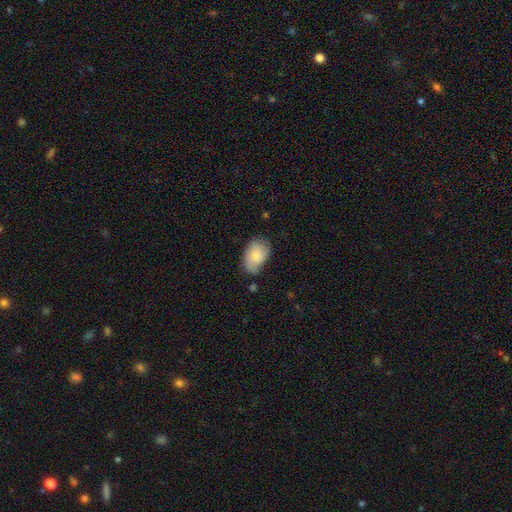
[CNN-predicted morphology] This is likely a smooth galaxy (72%). How rounded: clearly in between (85%). Merging: possibly none (57%).